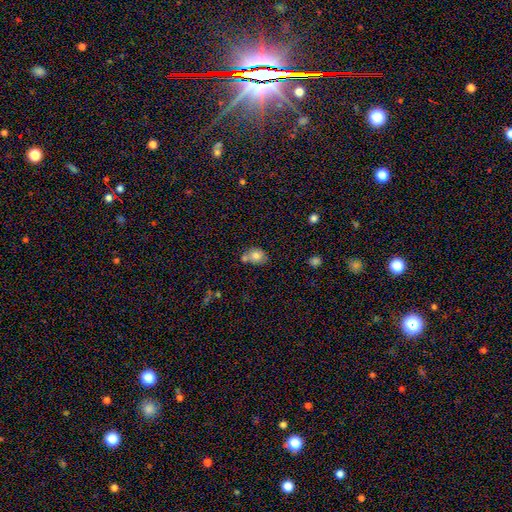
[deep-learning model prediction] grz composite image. It shows a smooth galaxy with no disk features (79%) that is round (54%). Merging: none (45%).